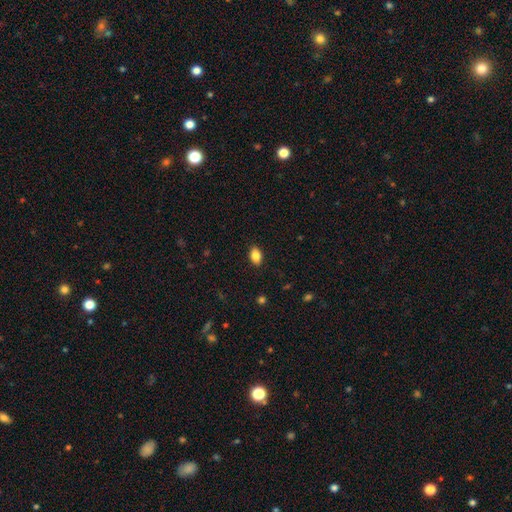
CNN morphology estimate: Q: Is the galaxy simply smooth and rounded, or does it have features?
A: smooth — 86%.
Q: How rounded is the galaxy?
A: in between — 89%.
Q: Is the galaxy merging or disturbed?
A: none — 89%.